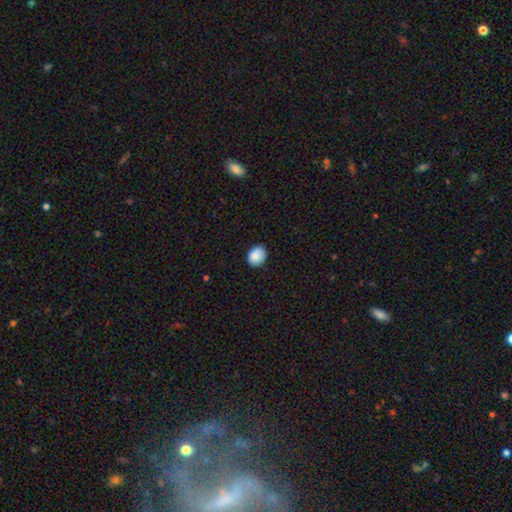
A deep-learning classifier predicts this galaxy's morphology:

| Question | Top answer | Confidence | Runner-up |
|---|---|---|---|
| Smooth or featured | smooth | 86% | star or artifact (8%) |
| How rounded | round | 50% | in between (49%) |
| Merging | none | 80% | minor disturbance (16%) |